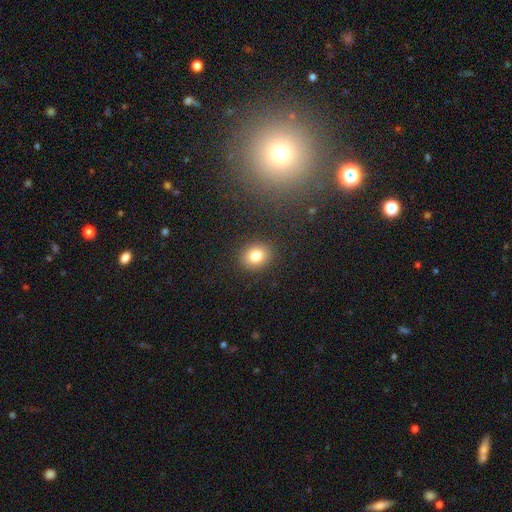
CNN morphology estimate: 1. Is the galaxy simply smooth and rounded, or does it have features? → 81% smooth, 11% star or artifact, 8% featured or disk.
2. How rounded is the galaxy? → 60% round, 39% in between, 1% cigar-shaped.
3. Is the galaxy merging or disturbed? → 89% none, 7% minor disturbance, 3% major disturbance, 1% merger.